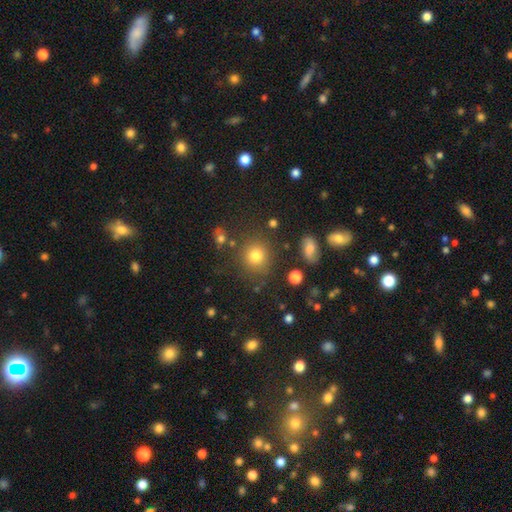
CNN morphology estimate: This is likely a smooth galaxy (77%). How rounded: clearly round (87%). Merging: clearly none (80%).